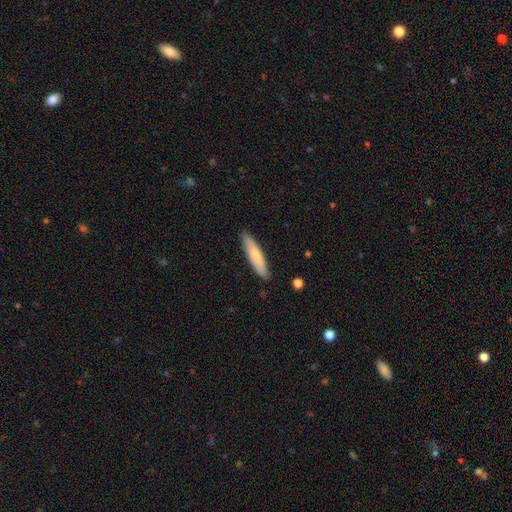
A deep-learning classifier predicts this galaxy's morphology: A smooth galaxy with no disk features (73%) that is cigar-shaped (81%). Merging: none (89%).